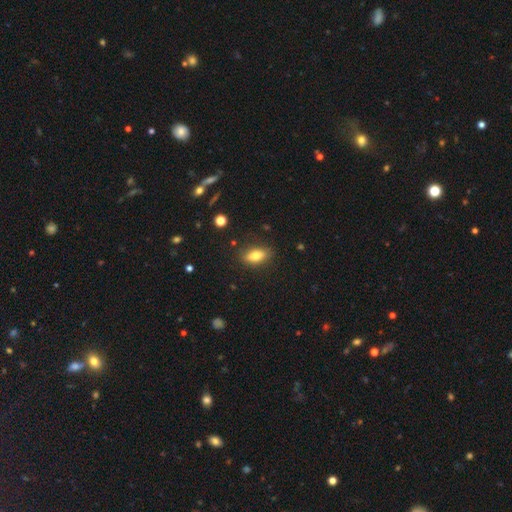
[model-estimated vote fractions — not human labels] The model was most divided on "smooth or featured": smooth: 77%, featured or disk: 15%, star or artifact: 8%. More confident: merging — none (82%); how rounded — in between (79%).